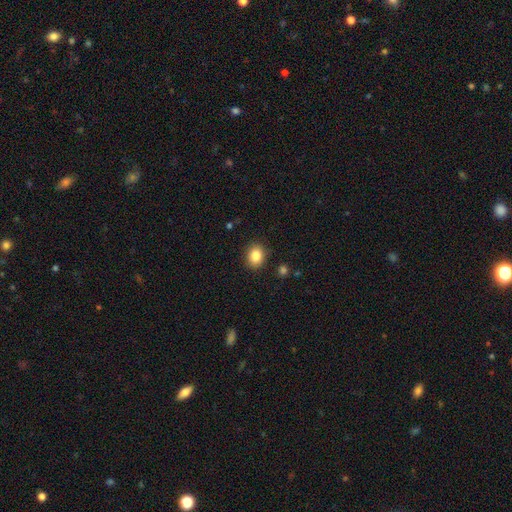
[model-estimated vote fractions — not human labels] smooth_or_featured: smooth (p=0.86) [alt: star or artifact p=0.09]
how_rounded: round (p=0.52) [alt: in between p=0.47]
merging: none (p=0.88) [alt: minor disturbance p=0.08]